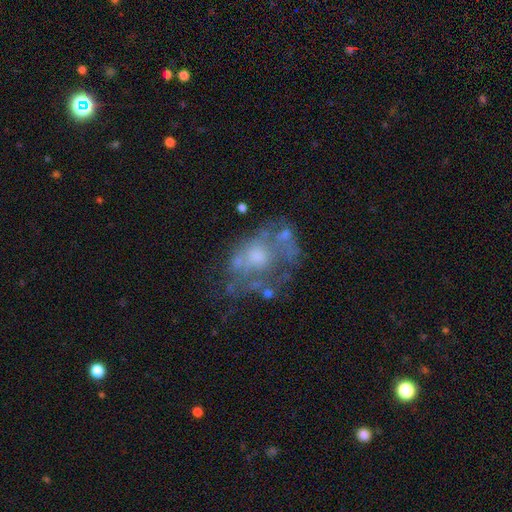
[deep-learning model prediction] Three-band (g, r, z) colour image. It shows a featured or disk galaxy (64%) with no bar (88%), no spiral arms (80%) and a moderate central bulge (48%). Merging: none (41%).